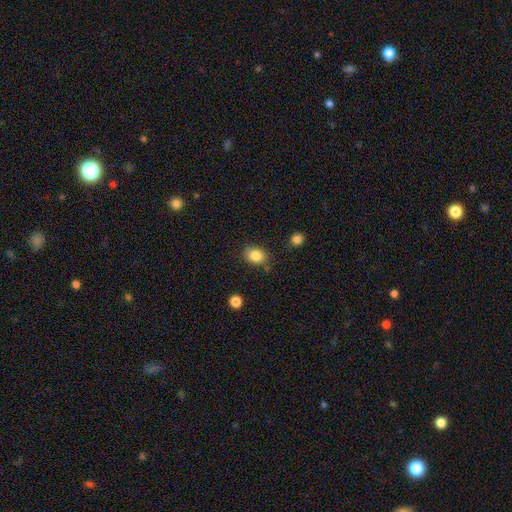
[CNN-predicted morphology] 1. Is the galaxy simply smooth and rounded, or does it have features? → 84% smooth, 9% star or artifact, 7% featured or disk.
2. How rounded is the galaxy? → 59% in between, 40% round, 1% cigar-shaped.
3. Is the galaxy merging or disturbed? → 75% none, 17% minor disturbance, 4% merger, 4% major disturbance.